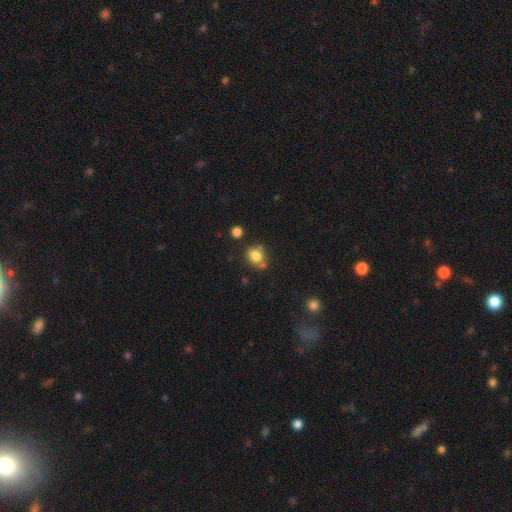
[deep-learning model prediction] Smooth or featured?
  - smooth: 80% *
  - star or artifact: 12%
  - featured or disk: 8%
How rounded?
  - round: 70% *
  - in between: 29%
  - cigar-shaped: 1%
Merging?
  - none: 58% *
  - merger: 18%
  - minor disturbance: 18%
  - major disturbance: 6%